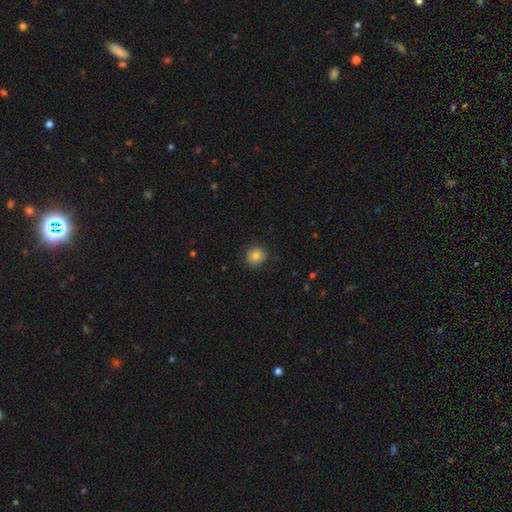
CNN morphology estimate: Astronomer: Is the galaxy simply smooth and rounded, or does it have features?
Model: smooth — 81%.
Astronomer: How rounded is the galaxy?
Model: round — 78%.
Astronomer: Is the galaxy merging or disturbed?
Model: none — 87%.